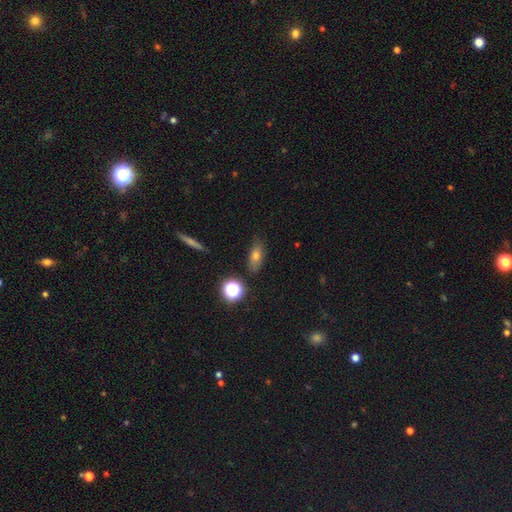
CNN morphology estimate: Smooth or featured: smooth — 70% (featured or disk — 17%)
How rounded: in between — 74% (cigar-shaped — 14%)
Merging: none — 77% (minor disturbance — 16%)